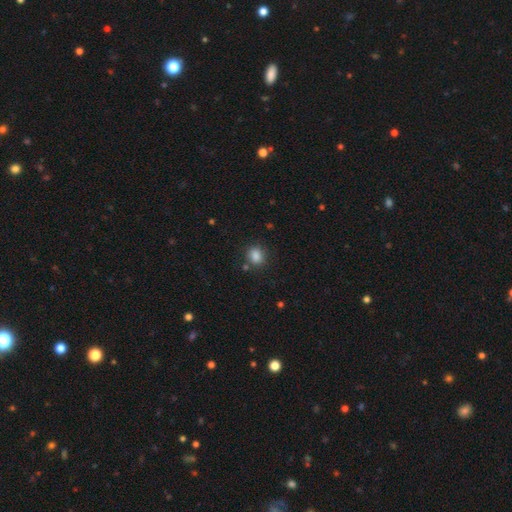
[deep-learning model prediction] smooth_or_featured: smooth (p=0.85) [alt: star or artifact p=0.11]
how_rounded: round (p=0.66) [alt: in between p=0.33]
merging: none (p=0.78) [alt: minor disturbance p=0.12]